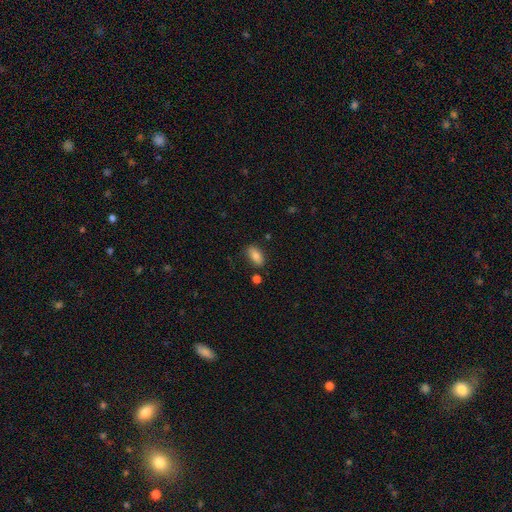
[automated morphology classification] Smooth or featured? smooth (83%)
How rounded? in between (90%)
Merging? none (82%)